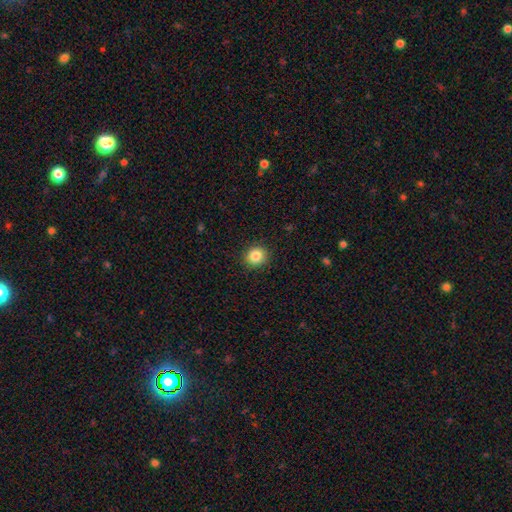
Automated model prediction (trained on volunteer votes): Smooth or featured?
  - smooth: 85% *
  - star or artifact: 10%
  - featured or disk: 5%
How rounded?
  - round: 85% *
  - in between: 14%
  - cigar-shaped: 1%
Merging?
  - none: 90% *
  - minor disturbance: 7%
  - major disturbance: 2%
  - merger: 1%